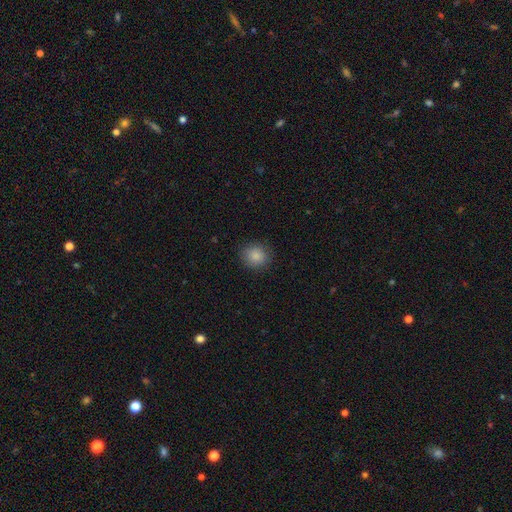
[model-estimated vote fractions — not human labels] Overall: smooth (86%). How rounded: round (81%). Merging: none (87%).